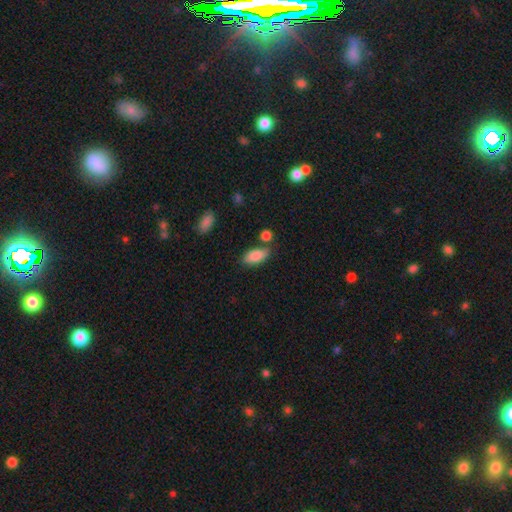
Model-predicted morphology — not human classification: This appears to be a smooth galaxy with no disk features (86%) that is in between round and cigar-shaped (90%). Merging: none (68%).